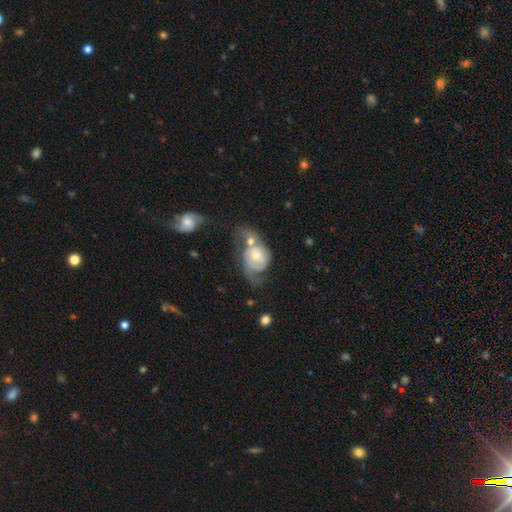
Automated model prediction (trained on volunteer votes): A featured or disk galaxy (60%) with no bar (74%), spiral arms (73%) and a moderate central bulge (49%).

Vote fractions:
- Smooth or featured? featured or disk: 60% / smooth: 33% / star or artifact: 7%
- Edge-on disk? no: 96% / yes: 4%
- Bar? no: 74% / weak: 22% / strong: 4%
- Spiral arms? yes: 73% / no: 27%
- Bulge size? moderate: 49% / small: 43% / large: 4% / none: 2% / dominant: 1%
- Merging? merger: 43% / major disturbance: 24% / none: 19% / minor disturbance: 15%